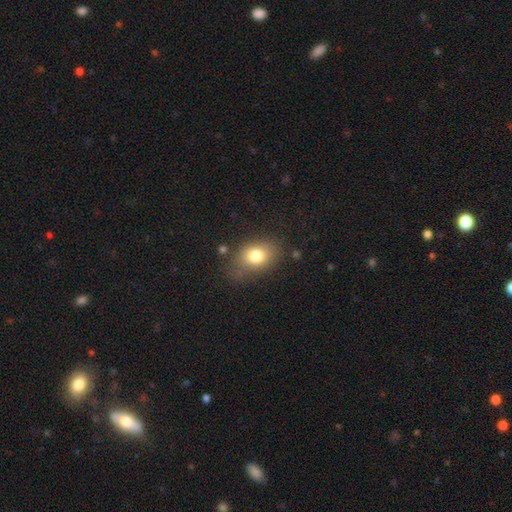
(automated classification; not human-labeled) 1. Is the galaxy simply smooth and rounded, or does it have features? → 78% smooth, 12% featured or disk, 10% star or artifact.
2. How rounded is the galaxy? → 71% in between, 28% round, 1% cigar-shaped.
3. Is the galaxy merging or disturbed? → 67% none, 21% minor disturbance, 8% major disturbance, 3% merger.